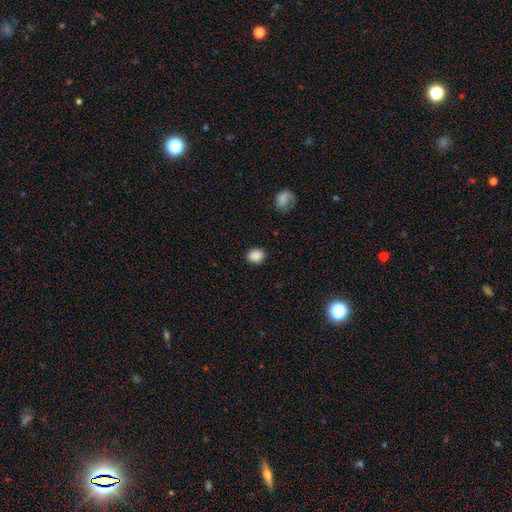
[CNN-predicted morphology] A smooth galaxy with no disk features (88%) that is round (56%).

Vote fractions:
- Smooth or featured? smooth: 88% / star or artifact: 9% / featured or disk: 3%
- How rounded? round: 56% / in between: 43% / cigar-shaped: 1%
- Merging? none: 88% / minor disturbance: 8% / major disturbance: 2% / merger: 1%